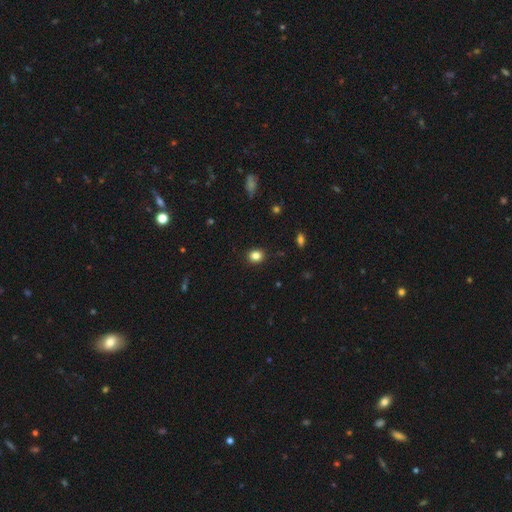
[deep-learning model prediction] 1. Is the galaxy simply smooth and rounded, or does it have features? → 84% smooth, 11% star or artifact, 5% featured or disk.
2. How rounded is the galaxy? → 67% round, 32% in between, 1% cigar-shaped.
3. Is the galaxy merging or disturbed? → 89% none, 7% minor disturbance, 2% major disturbance, 1% merger.